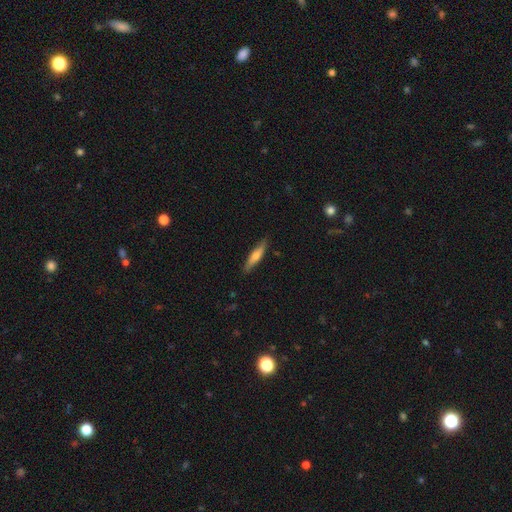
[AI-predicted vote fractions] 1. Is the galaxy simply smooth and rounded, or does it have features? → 56% smooth, 38% featured or disk, 6% star or artifact.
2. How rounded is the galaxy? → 84% cigar-shaped, 14% in between, 2% round.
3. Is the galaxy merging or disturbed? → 85% none, 12% minor disturbance, 2% major disturbance, 1% merger.